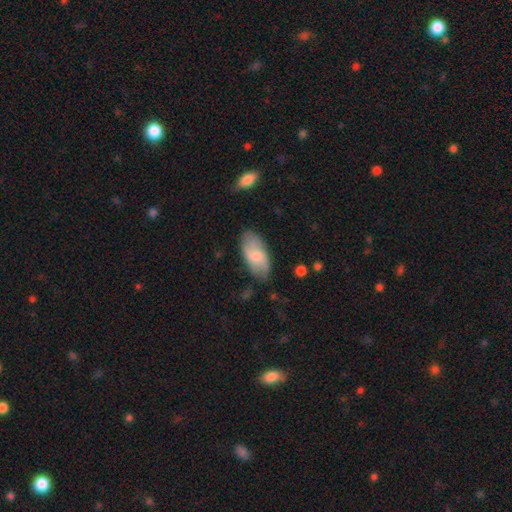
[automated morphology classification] This is likely a smooth galaxy (65%). How rounded: clearly in between (93%). Merging: likely none (76%).